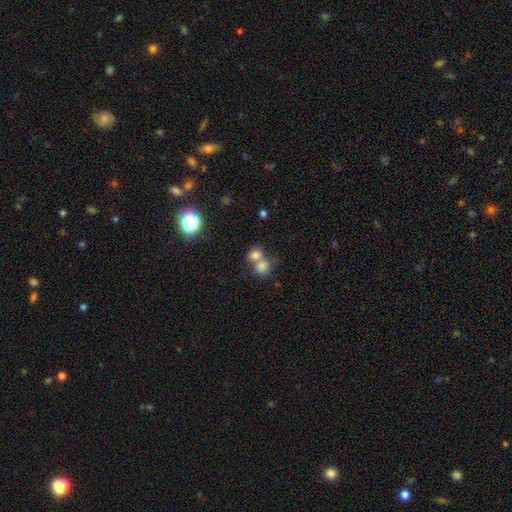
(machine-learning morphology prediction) type=smooth (76%); roundness=round (65%); merging=merger (57%).